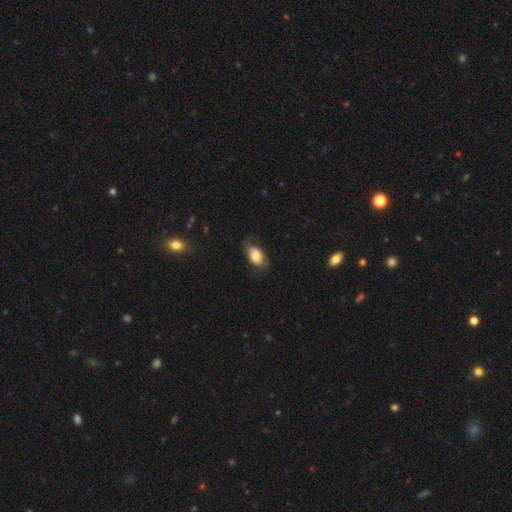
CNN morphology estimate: Q: Smooth or featured?
A: smooth (70%); runner-up: featured or disk (23%)
Q: How rounded?
A: in between (92%); runner-up: round (6%)
Q: Merging?
A: none (65%); runner-up: minor disturbance (24%)